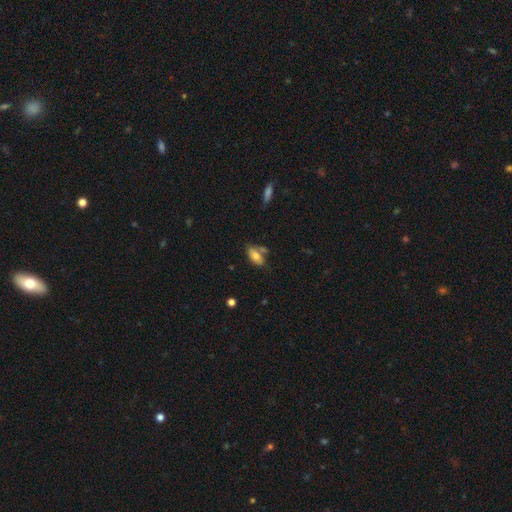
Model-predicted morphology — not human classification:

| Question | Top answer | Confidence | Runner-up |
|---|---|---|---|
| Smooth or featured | smooth | 76% | featured or disk (16%) |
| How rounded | in between | 90% | cigar-shaped (7%) |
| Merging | none | 59% | minor disturbance (19%) |